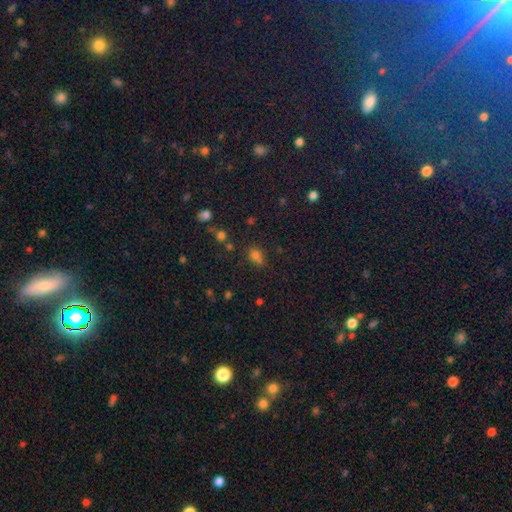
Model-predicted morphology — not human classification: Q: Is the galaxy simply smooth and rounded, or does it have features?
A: smooth — 70%.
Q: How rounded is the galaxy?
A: in between — 65%.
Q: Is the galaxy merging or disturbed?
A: none — 66%.